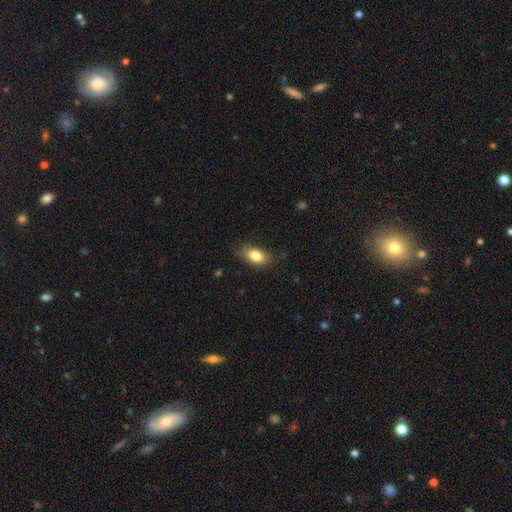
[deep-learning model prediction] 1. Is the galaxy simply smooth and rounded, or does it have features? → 82% smooth, 10% featured or disk, 8% star or artifact.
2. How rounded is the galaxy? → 87% in between, 8% round, 5% cigar-shaped.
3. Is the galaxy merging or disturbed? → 77% none, 18% minor disturbance, 4% major disturbance, 1% merger.